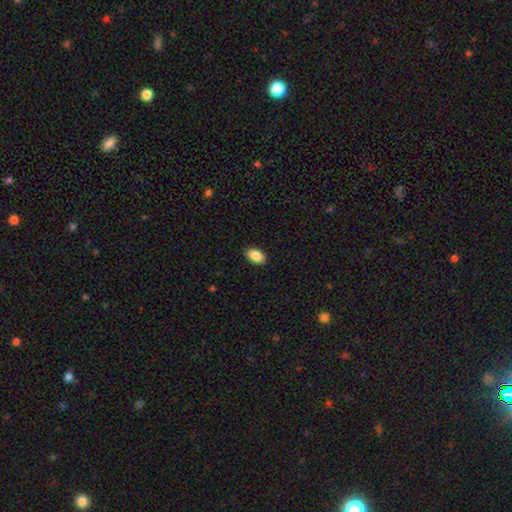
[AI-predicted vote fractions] This is clearly a smooth galaxy (89%). How rounded: clearly in between (94%). Merging: clearly none (90%).